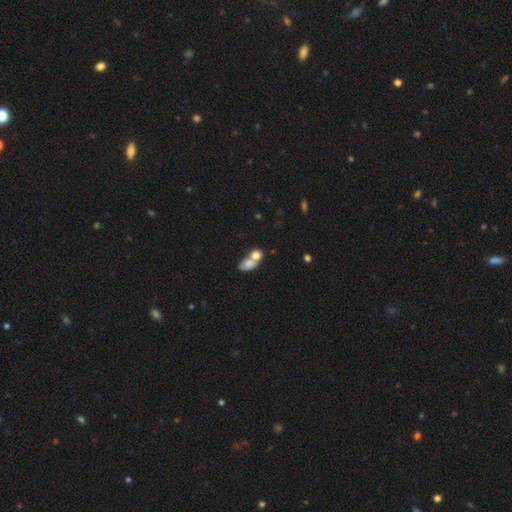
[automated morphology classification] smooth-or-featured: smooth: 74% | featured or disk: 17% | star or artifact: 10%
  how-rounded: in between: 68% | round: 28% | cigar-shaped: 3%
  merging: merger: 62% | none: 24% | minor disturbance: 9% | major disturbance: 6%